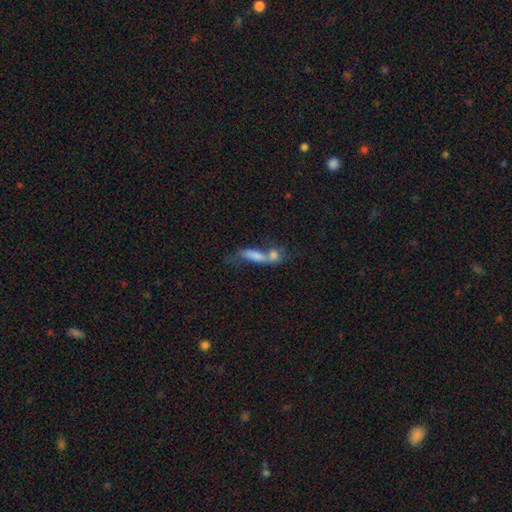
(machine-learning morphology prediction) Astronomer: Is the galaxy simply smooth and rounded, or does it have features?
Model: smooth — 53% (runner-up: featured or disk, 34%).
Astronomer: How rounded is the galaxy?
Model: cigar-shaped — 63%.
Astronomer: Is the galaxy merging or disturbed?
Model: merger — 52%.